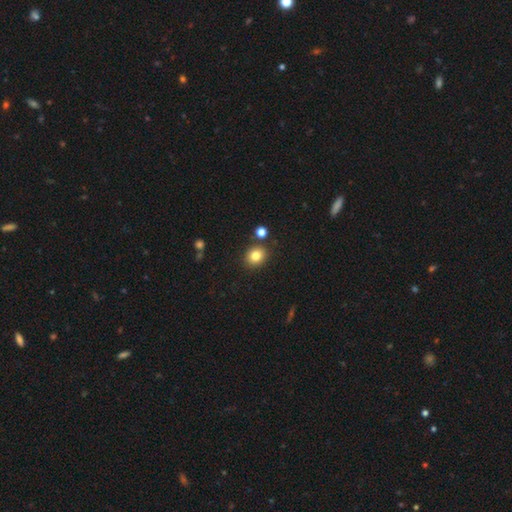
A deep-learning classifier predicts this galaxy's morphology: Smooth or featured? Predicted: smooth (p=0.82). How rounded? Predicted: round (p=0.65). Merging? Predicted: none (p=0.82).